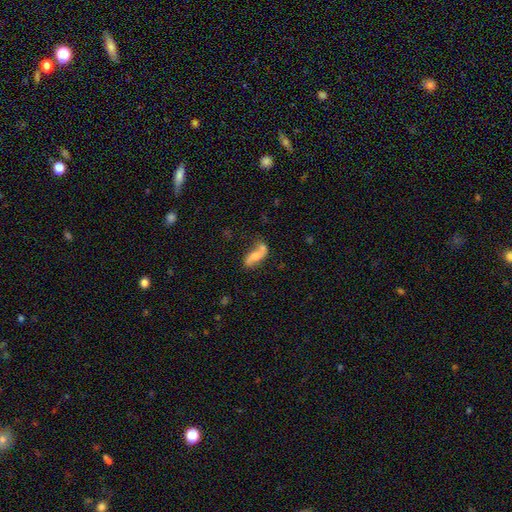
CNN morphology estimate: This is possibly a featured or disk galaxy (53%). It is clearly not viewed edge-on (87%). Merging: possibly none (46%).